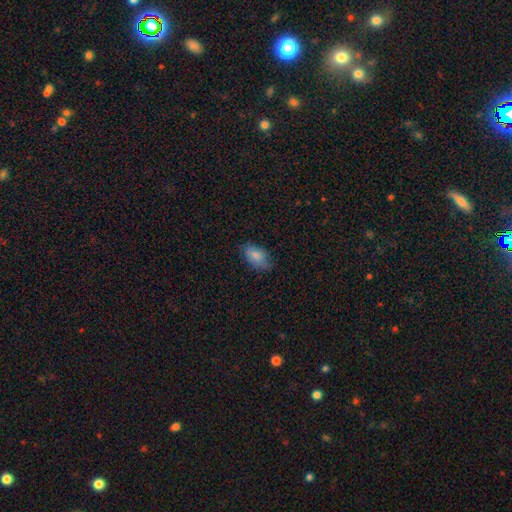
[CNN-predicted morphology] This appears to be a smooth galaxy with no disk features (82%) that is in between round and cigar-shaped (92%). Merging: none (71%).